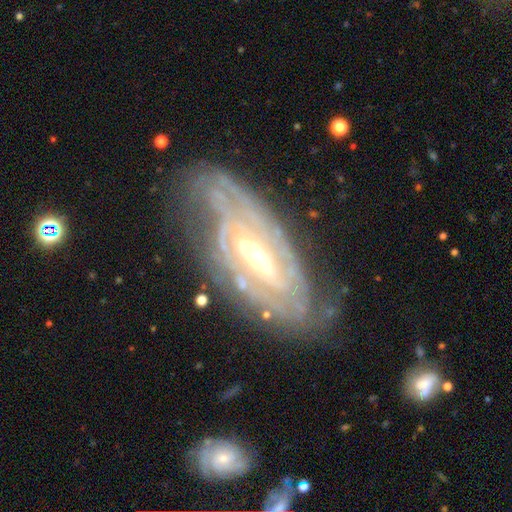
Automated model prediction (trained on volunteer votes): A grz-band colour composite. It shows a featured or disk galaxy (89%) with a weak bar (42%), tight (72%) spiral arms (95%) and a small central bulge (50%). Merging: none (70%).